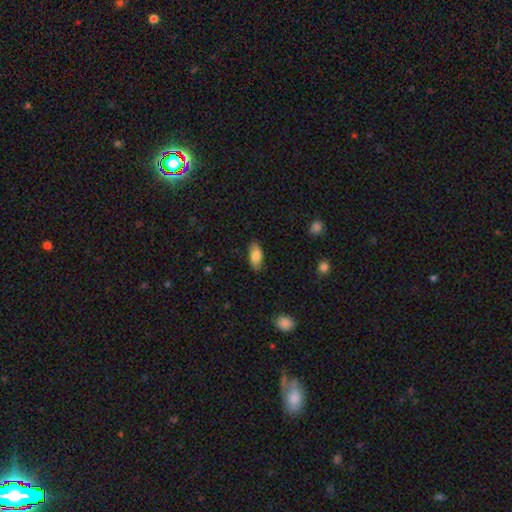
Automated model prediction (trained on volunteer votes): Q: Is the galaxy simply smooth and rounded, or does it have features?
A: smooth — 79%.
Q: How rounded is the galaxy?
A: in between — 86%.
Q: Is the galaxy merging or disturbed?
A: none — 82%.